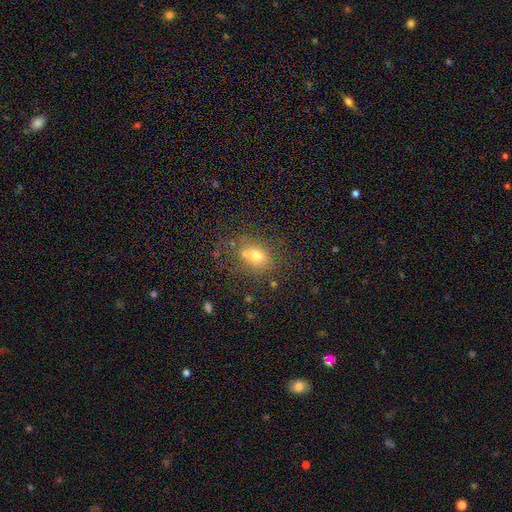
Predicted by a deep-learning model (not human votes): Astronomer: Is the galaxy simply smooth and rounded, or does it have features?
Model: smooth — 65%.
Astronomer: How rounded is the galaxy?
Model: in between — 54% (runner-up: round, 44%).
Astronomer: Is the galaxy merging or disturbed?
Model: none — 56%.